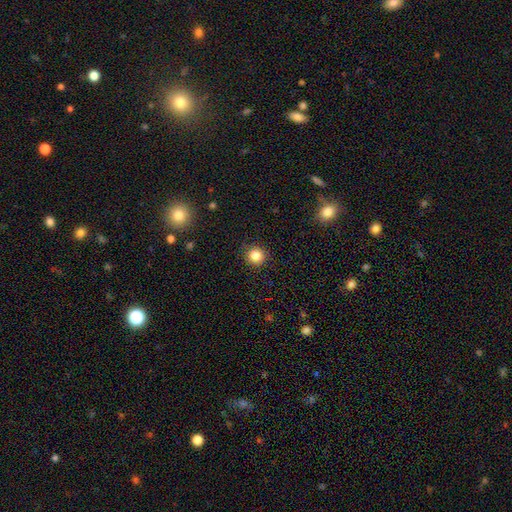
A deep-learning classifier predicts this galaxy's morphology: The model was most divided on "smooth or featured": smooth: 84%, star or artifact: 11%, featured or disk: 5%. More confident: how rounded — round (93%); merging — none (91%).